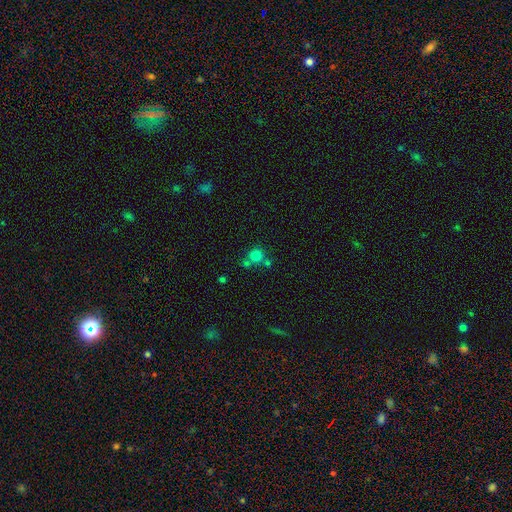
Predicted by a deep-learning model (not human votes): Smooth or featured?
  - smooth: 75% *
  - star or artifact: 17%
  - featured or disk: 8%
How rounded?
  - round: 89% *
  - in between: 10%
  - cigar-shaped: 1%
Merging?
  - none: 59% *
  - merger: 28%
  - minor disturbance: 9%
  - major disturbance: 4%